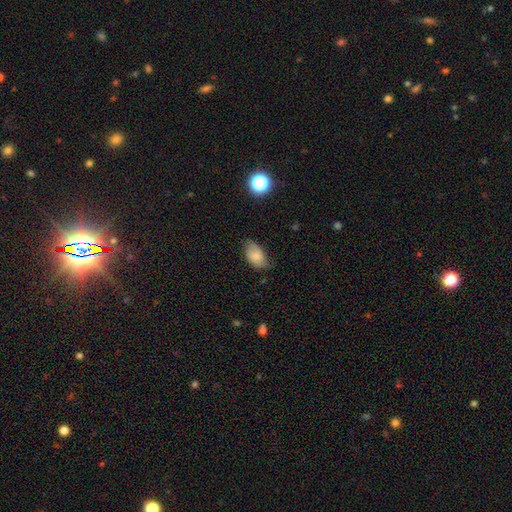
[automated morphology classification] Smooth or featured?
  - smooth: 72% *
  - featured or disk: 19%
  - star or artifact: 9%
How rounded?
  - in between: 92% *
  - round: 7%
  - cigar-shaped: 2%
Merging?
  - none: 61% *
  - minor disturbance: 31%
  - major disturbance: 7%
  - merger: 1%